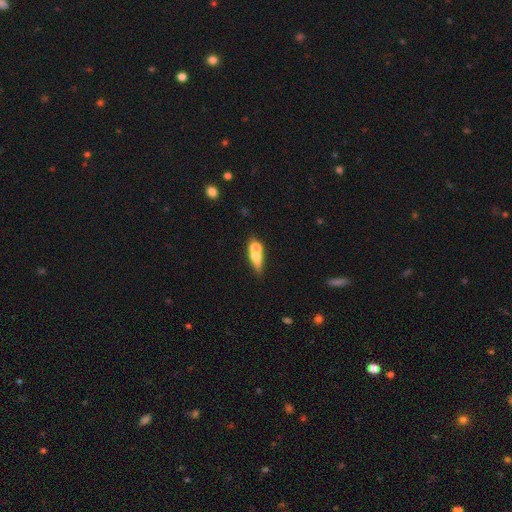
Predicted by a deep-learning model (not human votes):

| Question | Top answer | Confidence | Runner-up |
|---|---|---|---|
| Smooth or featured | smooth | 59% | featured or disk (32%) |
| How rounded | in between | 49% | cigar-shaped (37%) |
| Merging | merger | 49% | none (34%) |